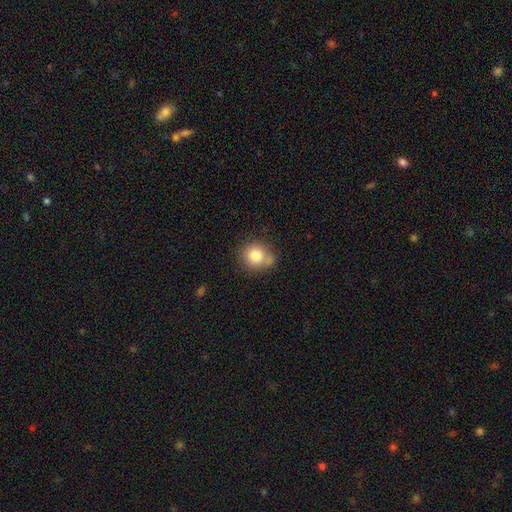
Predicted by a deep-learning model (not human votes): Morphology: type=smooth (80%); roundness=round (85%); merging=none (60%).